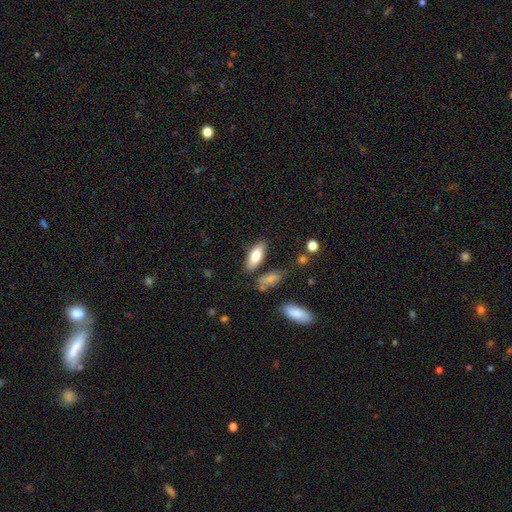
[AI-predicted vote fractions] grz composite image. It shows a smooth galaxy with no disk features (78%) that is in between round and cigar-shaped (78%). Merging: none (77%).